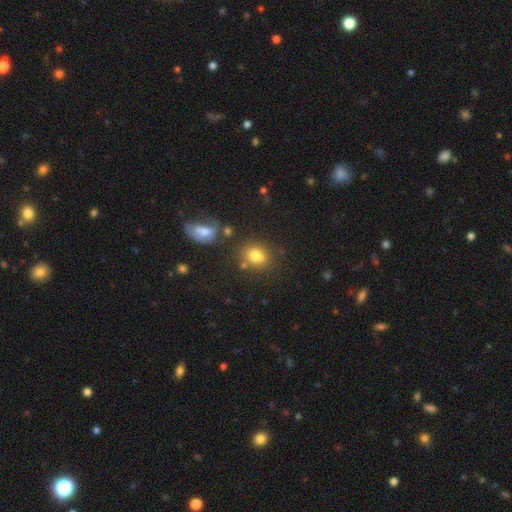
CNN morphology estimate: Smooth or featured? Predicted: smooth (p=0.78). How rounded? Predicted: round (p=0.50). Merging? Predicted: none (p=0.69).